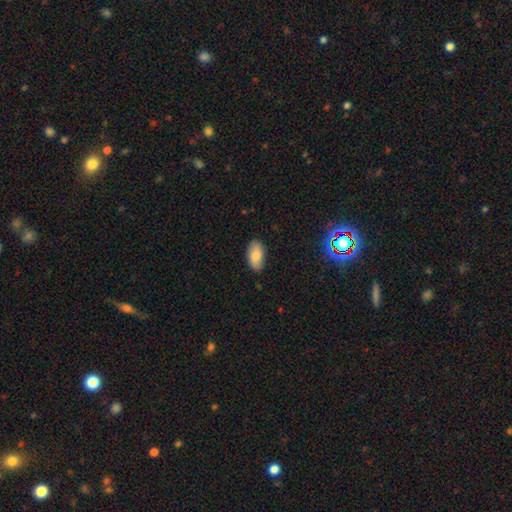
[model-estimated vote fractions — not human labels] Smooth or featured?
  - smooth: 82% *
  - featured or disk: 11%
  - star or artifact: 7%
How rounded?
  - in between: 94% *
  - cigar-shaped: 3%
  - round: 3%
Merging?
  - none: 85% *
  - minor disturbance: 12%
  - major disturbance: 2%
  - merger: 1%